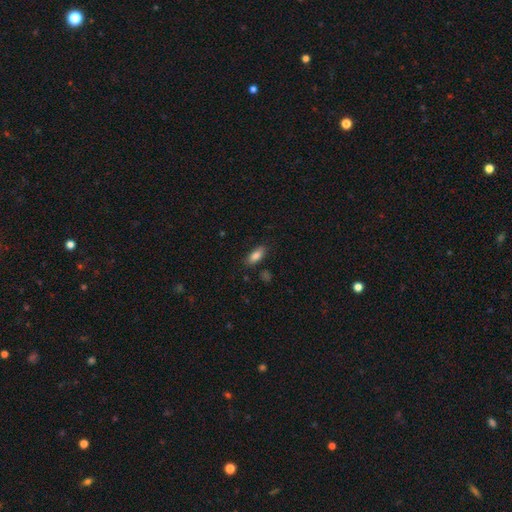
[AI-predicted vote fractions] The model was most divided on "merging": none: 79%, minor disturbance: 15%, major disturbance: 3%, merger: 2%. More confident: smooth or featured — smooth (84%); how rounded — in between (81%).